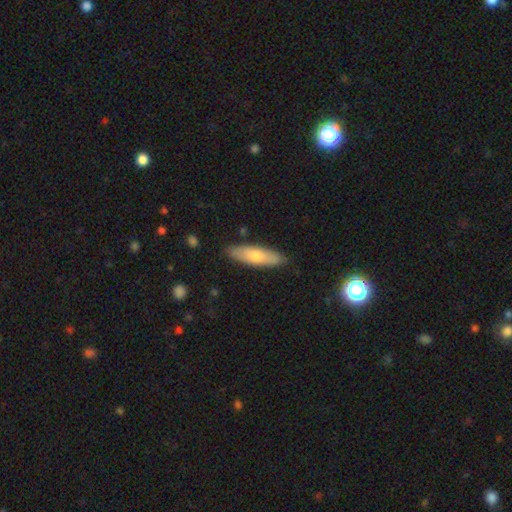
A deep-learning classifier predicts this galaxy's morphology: Q: Smooth or featured?
A: smooth (68%); runner-up: featured or disk (26%)
Q: How rounded?
A: cigar-shaped (60%); runner-up: in between (38%)
Q: Merging?
A: none (86%); runner-up: minor disturbance (10%)